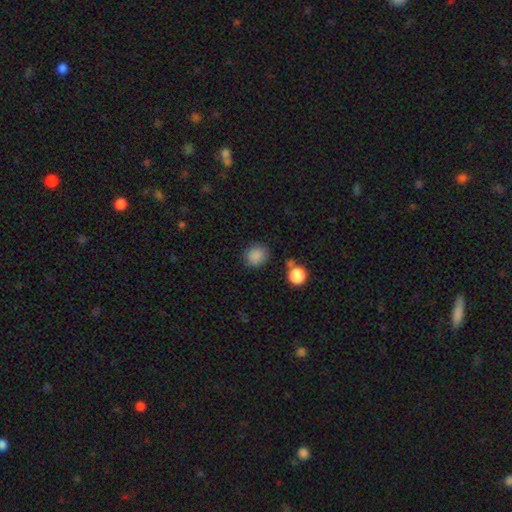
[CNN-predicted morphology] This is clearly a smooth galaxy (86%). How rounded: likely round (74%). Merging: clearly none (81%).